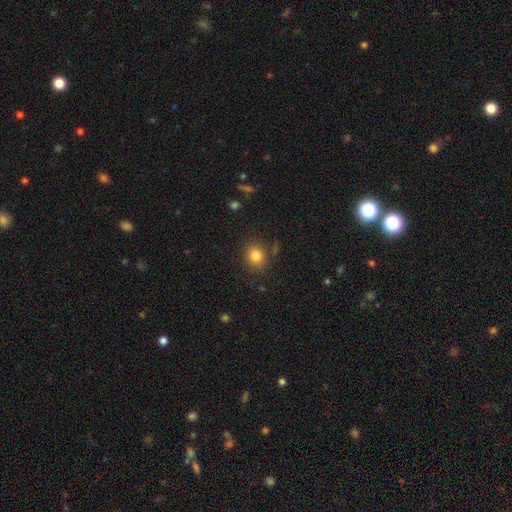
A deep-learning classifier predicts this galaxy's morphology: The model was most divided on "how rounded": round: 75%, in between: 24%, cigar-shaped: 1%. More confident: merging — none (83%); smooth or featured — smooth (82%).